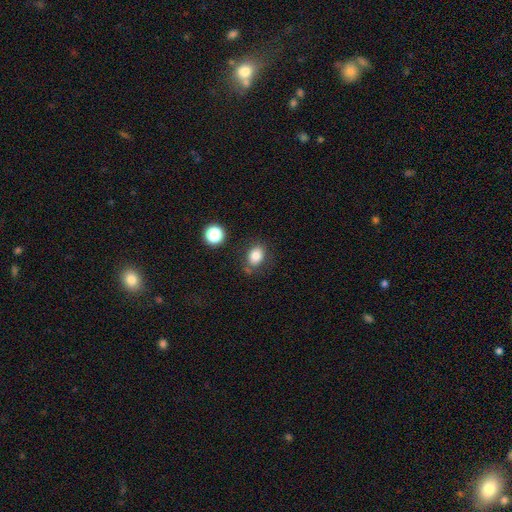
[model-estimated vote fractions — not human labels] A smooth galaxy with no disk features (80%) that is in between round and cigar-shaped (62%). Merging: none (74%).